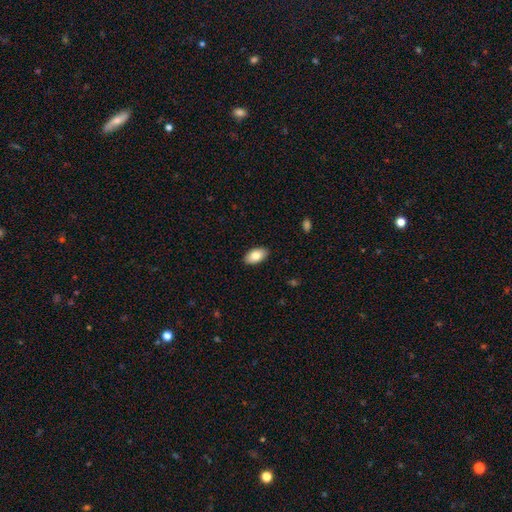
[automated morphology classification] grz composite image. It shows a smooth galaxy with no disk features (82%) that is in between round and cigar-shaped (94%). Merging: none (89%).